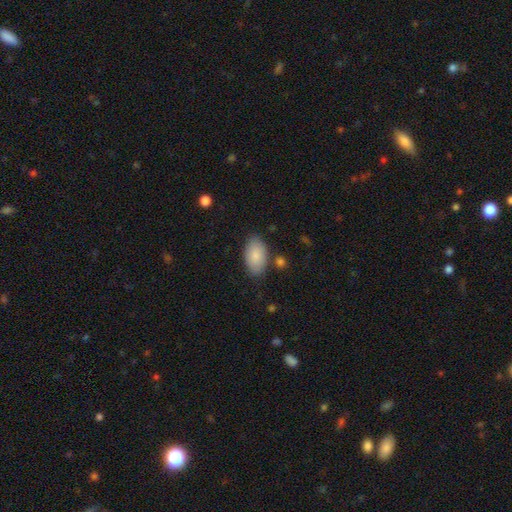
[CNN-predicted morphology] Smooth or featured? Predicted: smooth (p=0.86). How rounded? Predicted: in between (p=0.94). Merging? Predicted: none (p=0.79).